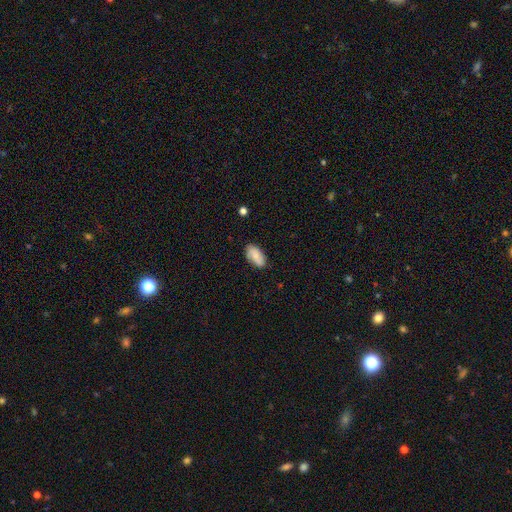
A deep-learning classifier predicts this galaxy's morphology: Smooth or featured? Predicted: smooth (p=0.65). How rounded? Predicted: in between (p=0.93). Merging? Predicted: none (p=0.77).